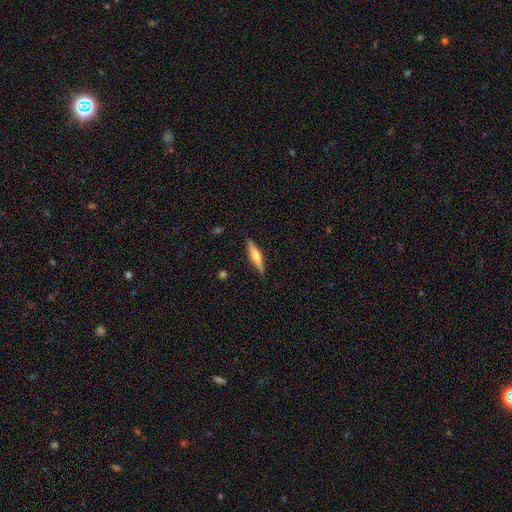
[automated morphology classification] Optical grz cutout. It shows a featured or disk galaxy (52%) viewed edge-on (95%). Merging: none (88%).